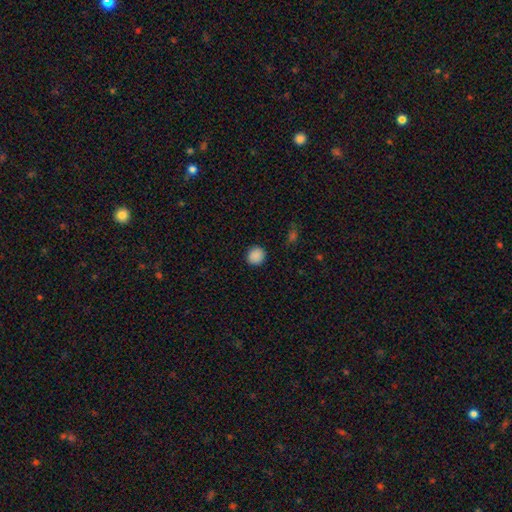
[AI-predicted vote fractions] A smooth galaxy with no disk features (89%) that is round (82%).

Vote fractions:
- Smooth or featured? smooth: 89% / star or artifact: 9% / featured or disk: 3%
- How rounded? round: 82% / in between: 18% / cigar-shaped: 1%
- Merging? none: 90% / minor disturbance: 7% / major disturbance: 2% / merger: 1%